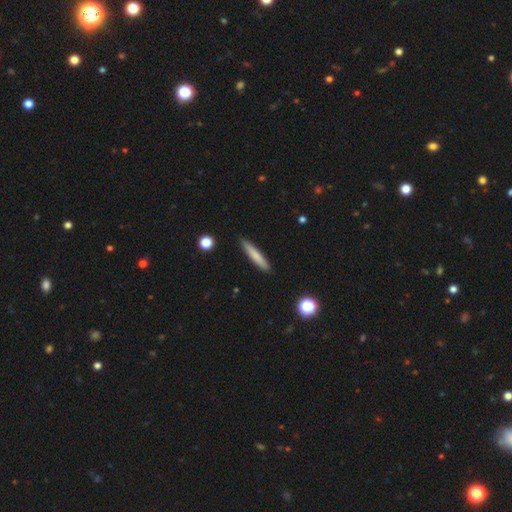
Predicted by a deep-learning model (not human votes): A smooth galaxy with no disk features (74%) that is cigar-shaped (93%). Merging: none (90%).